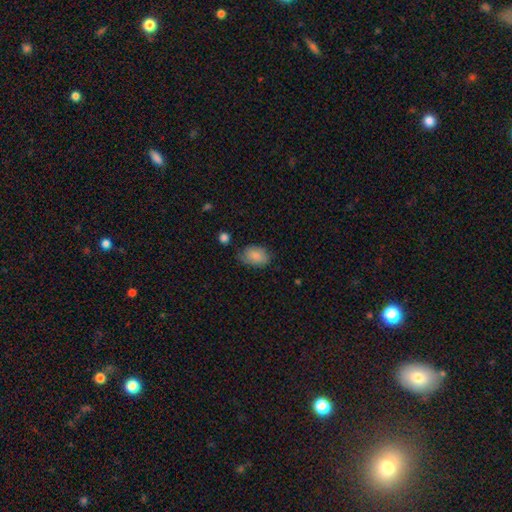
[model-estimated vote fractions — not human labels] This is clearly a smooth galaxy (84%). How rounded: clearly in between (84%). Merging: likely none (67%).